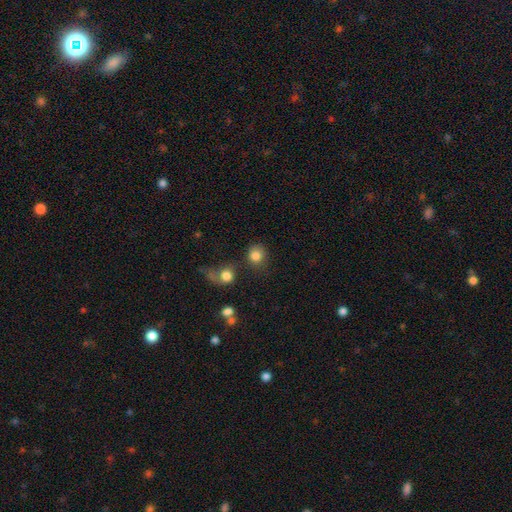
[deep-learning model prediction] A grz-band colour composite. It shows a smooth galaxy with no disk features (83%) that is round (80%). Merging: none (62%).